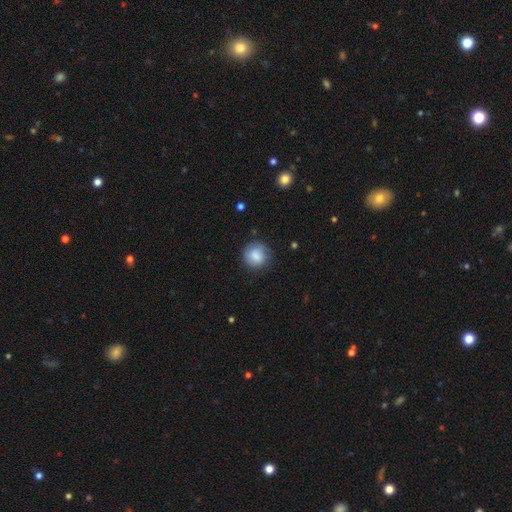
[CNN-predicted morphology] smooth_or_featured: smooth (p=0.80) [alt: featured or disk p=0.12]
how_rounded: round (p=0.88) [alt: in between p=0.11]
merging: none (p=0.79) [alt: minor disturbance p=0.15]